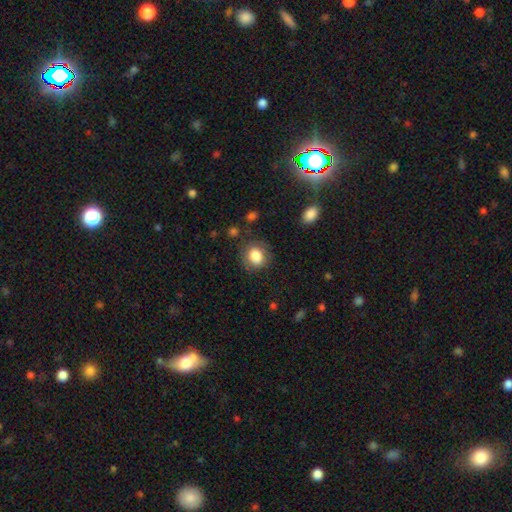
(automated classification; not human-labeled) smooth-or-featured: smooth: 84% | star or artifact: 8% | featured or disk: 8%
  how-rounded: round: 61% | in between: 38% | cigar-shaped: 1%
  merging: none: 77% | minor disturbance: 15% | major disturbance: 6% | merger: 2%